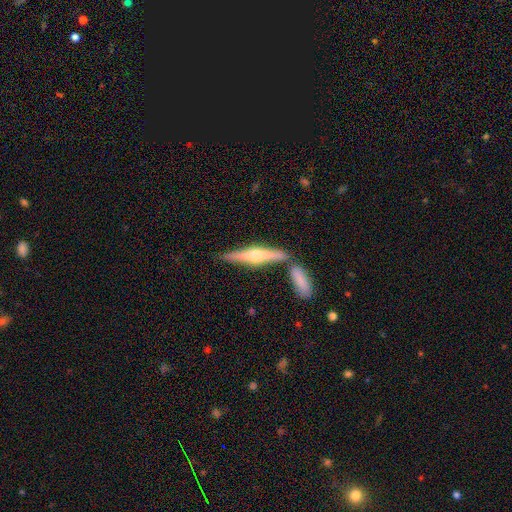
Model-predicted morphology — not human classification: A featured or disk galaxy (67%) viewed edge-on (96%) with a rounded central bulge (90%). Merging: none (71%).